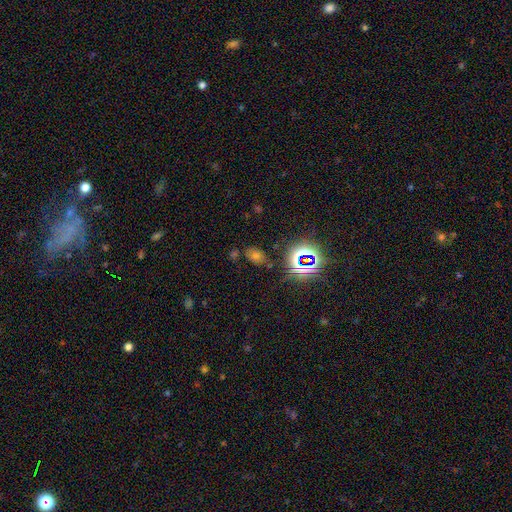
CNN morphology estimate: type=star or artifact (48%).